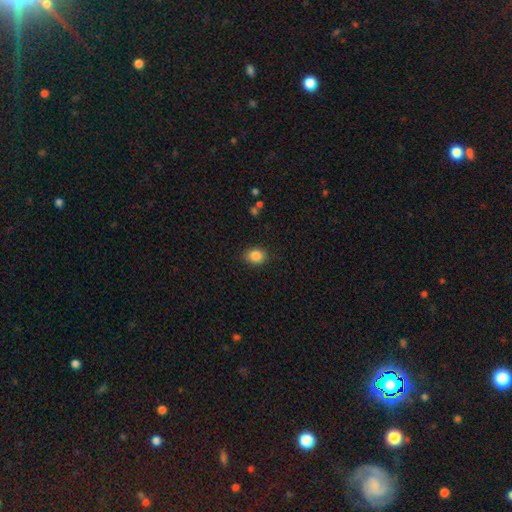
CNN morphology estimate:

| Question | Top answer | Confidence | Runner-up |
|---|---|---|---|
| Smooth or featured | smooth | 86% | star or artifact (9%) |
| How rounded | in between | 54% | round (45%) |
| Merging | none | 86% | minor disturbance (10%) |